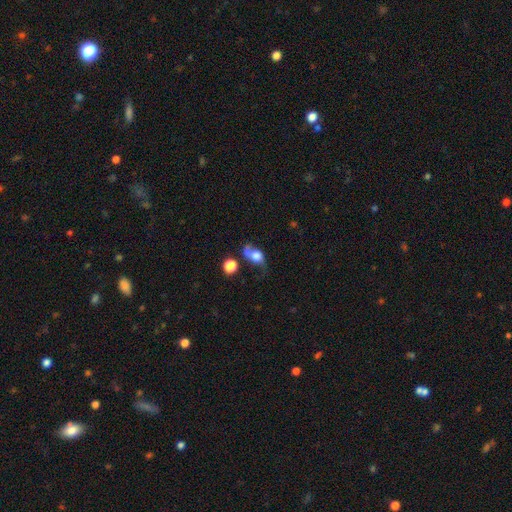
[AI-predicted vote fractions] This is possibly a smooth galaxy (47%). Merging: marginally none (32%).